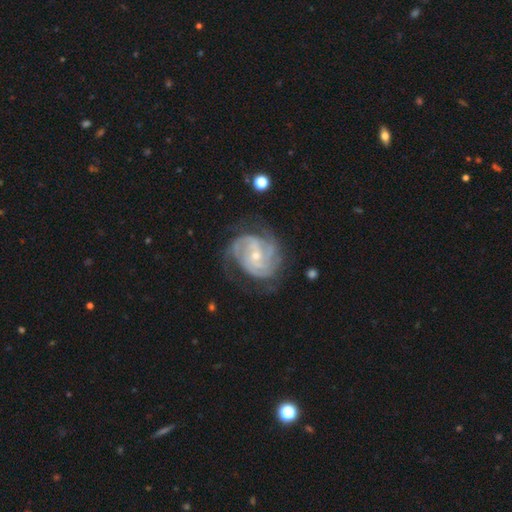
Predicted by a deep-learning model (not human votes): Smooth or featured?
  - featured or disk: 90% *
  - smooth: 5%
  - star or artifact: 4%
Edge-on disk?
  - no: 98% *
  - yes: 2%
Bar?
  - no: 55% *
  - weak: 35%
  - strong: 10%
Spiral arms?
  - yes: 98% *
  - no: 2%
Spiral winding?
  - tight: 62% *
  - medium: 33%
  - loose: 6%
Spiral arm count?
  - 3: 37% *
  - 2: 22%
  - can't tell: 17%
  - 4: 13%
  - more than 4: 5%
  - 1: 5%
Bulge size?
  - small: 66% *
  - moderate: 31%
  - none: 1%
  - large: 1%
  - dominant: 1%
Merging?
  - none: 68% *
  - minor disturbance: 20%
  - major disturbance: 10%
  - merger: 2%